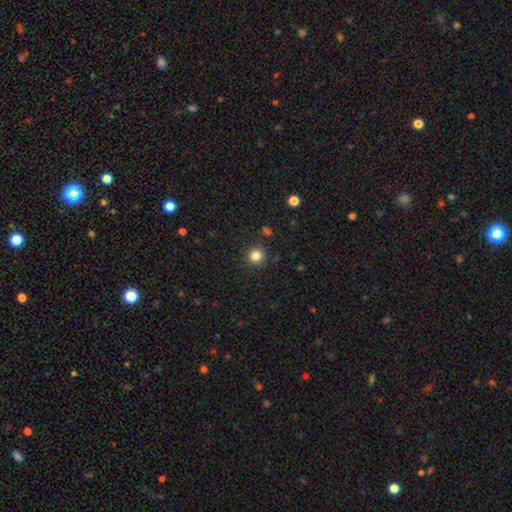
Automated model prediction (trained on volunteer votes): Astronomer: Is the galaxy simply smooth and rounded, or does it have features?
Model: smooth — 83%.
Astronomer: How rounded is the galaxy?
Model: round — 93%.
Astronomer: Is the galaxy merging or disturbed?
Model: none — 90%.